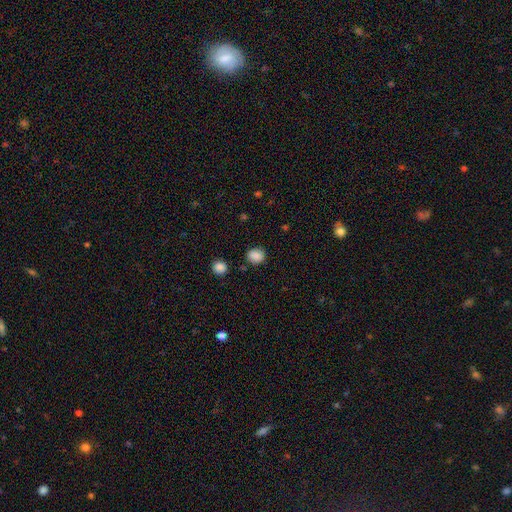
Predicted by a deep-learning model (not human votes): Smooth or featured?
  - smooth: 85% *
  - star or artifact: 10%
  - featured or disk: 5%
How rounded?
  - round: 70% *
  - in between: 29%
  - cigar-shaped: 1%
Merging?
  - none: 80% *
  - minor disturbance: 14%
  - major disturbance: 3%
  - merger: 3%